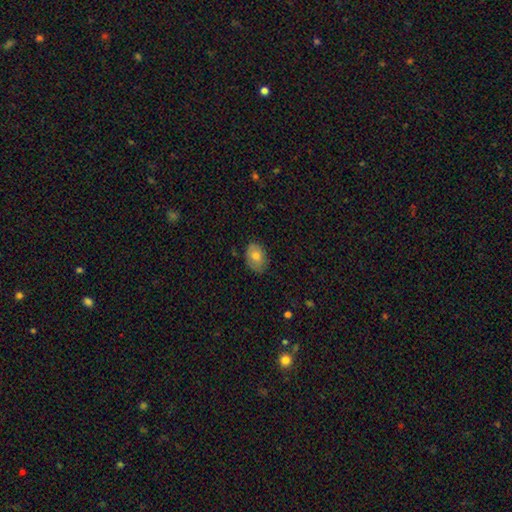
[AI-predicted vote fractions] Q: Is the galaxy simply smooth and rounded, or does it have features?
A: smooth — 75%.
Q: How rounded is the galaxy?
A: in between — 81%.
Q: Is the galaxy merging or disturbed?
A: none — 82%.